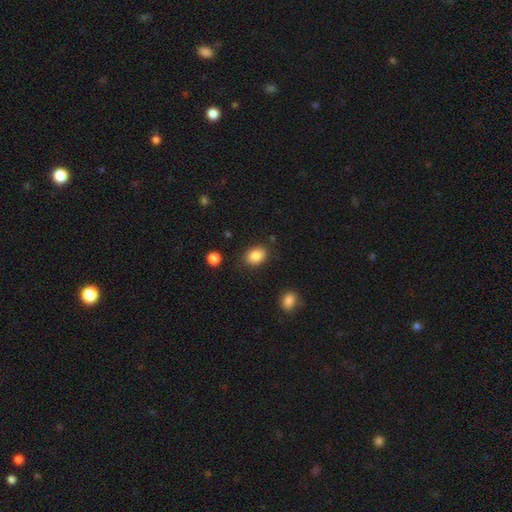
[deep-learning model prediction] A smooth galaxy with no disk features (87%) that is in between round and cigar-shaped (74%). Merging: none (84%).